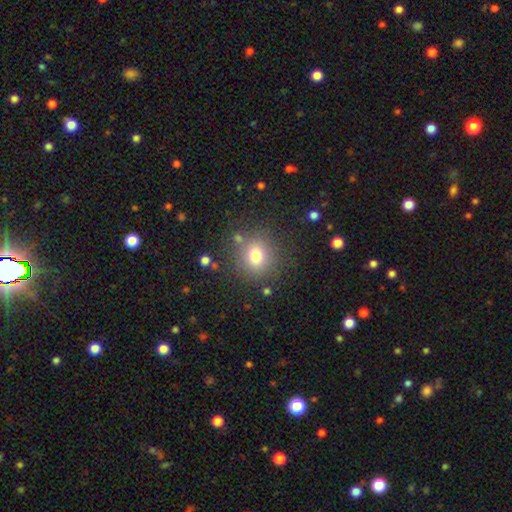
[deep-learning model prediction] Smooth or featured?
  - smooth: 75% *
  - star or artifact: 15%
  - featured or disk: 10%
How rounded?
  - round: 85% *
  - in between: 14%
  - cigar-shaped: 1%
Merging?
  - none: 81% *
  - minor disturbance: 10%
  - merger: 5%
  - major disturbance: 5%